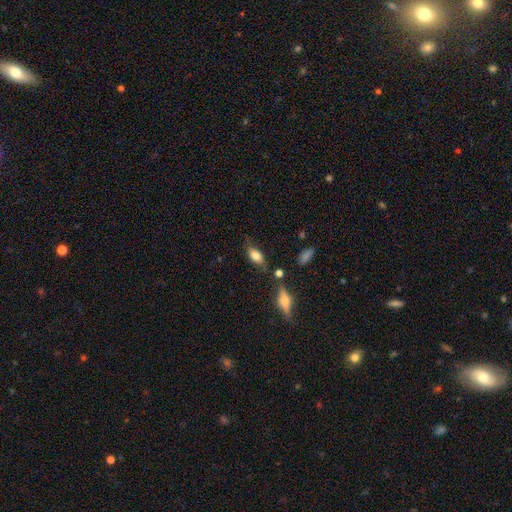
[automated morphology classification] This appears to be a smooth galaxy with no disk features (73%) that is in between round and cigar-shaped (86%). Merging: none (67%).